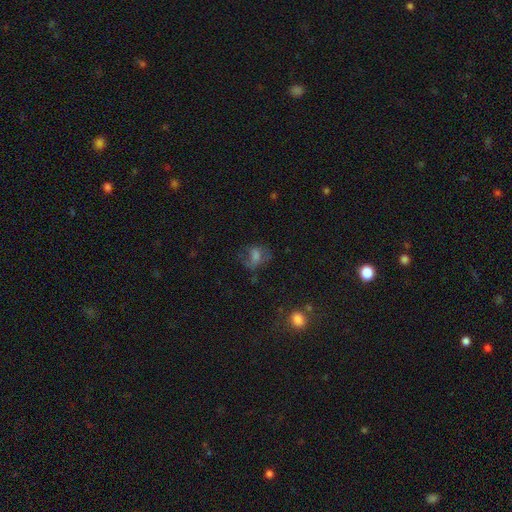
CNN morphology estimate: The model was most divided on "smooth or featured": smooth: 44%, featured or disk: 34%, star or artifact: 21%. Remaining: merging — none (48%).